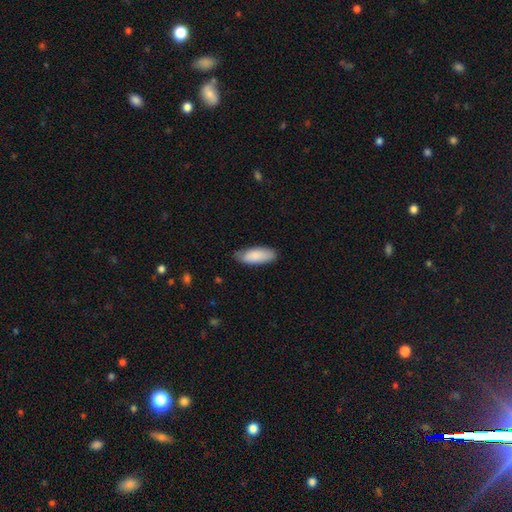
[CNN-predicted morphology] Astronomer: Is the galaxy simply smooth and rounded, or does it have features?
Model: smooth — 87%.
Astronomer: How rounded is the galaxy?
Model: in between — 78%.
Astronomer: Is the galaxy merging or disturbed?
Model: none — 74%.